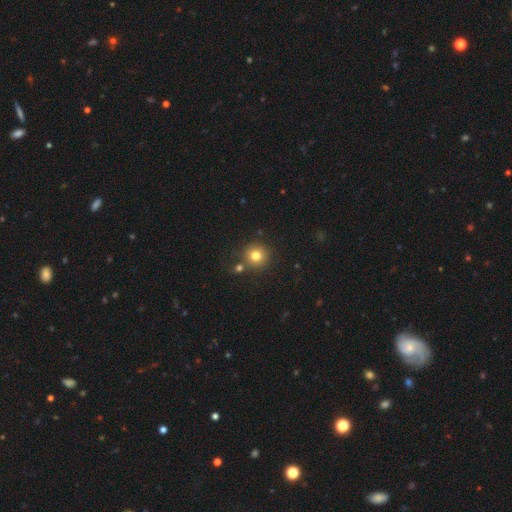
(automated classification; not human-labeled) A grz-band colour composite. It shows a smooth galaxy with no disk features (79%) that is round (93%). Merging: none (79%).